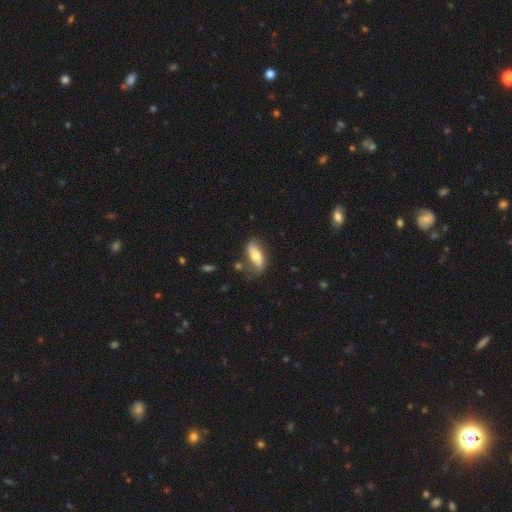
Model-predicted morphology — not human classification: Overall: smooth (57%; featured or disk 36%). How rounded: in between (80%). Merging: none (67%).